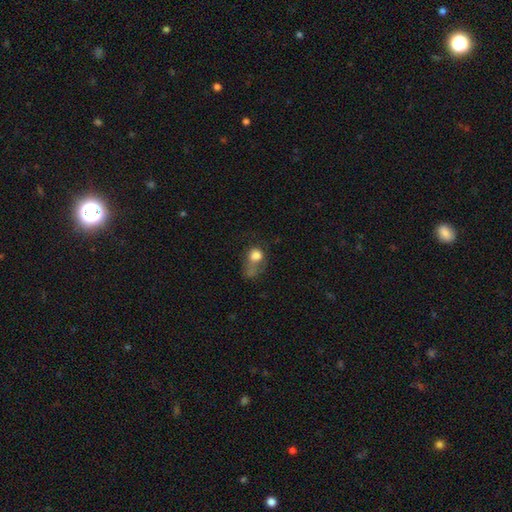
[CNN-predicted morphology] type=smooth (73%); roundness=round (57%); merging=major disturbance (37%).